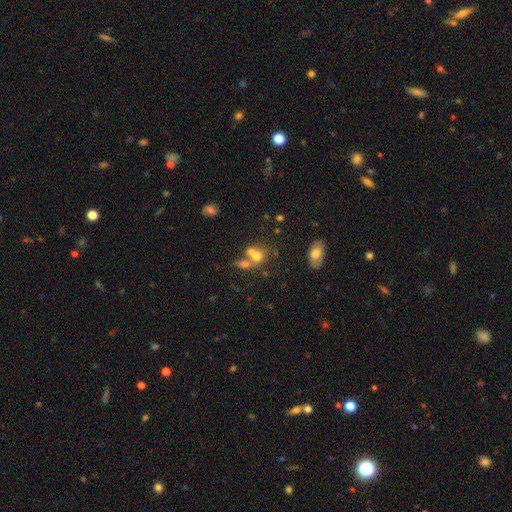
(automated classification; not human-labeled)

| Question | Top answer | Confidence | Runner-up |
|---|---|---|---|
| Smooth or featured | smooth | 65% | featured or disk (21%) |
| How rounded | round | 56% | in between (42%) |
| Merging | merger | 55% | none (30%) |